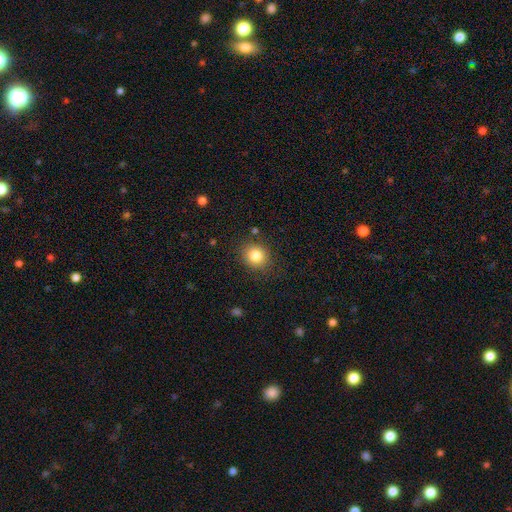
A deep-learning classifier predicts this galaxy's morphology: This appears to be a smooth galaxy with no disk features (82%) that is round (81%). Merging: none (86%).